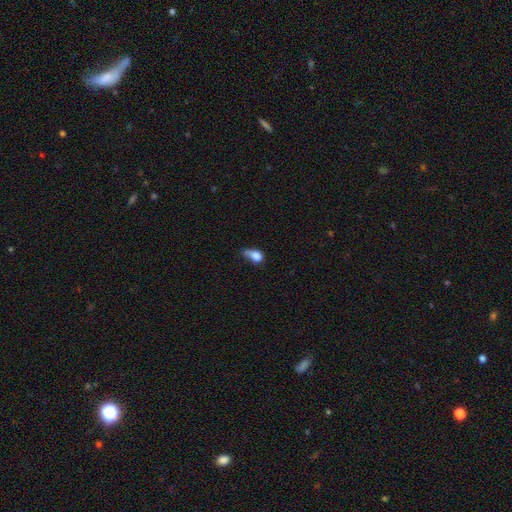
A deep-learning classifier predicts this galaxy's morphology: The model was most divided on "merging": minor disturbance: 41%, major disturbance: 27%, none: 24%, merger: 9%. More confident: smooth or featured — smooth (79%); how rounded — in between (74%).